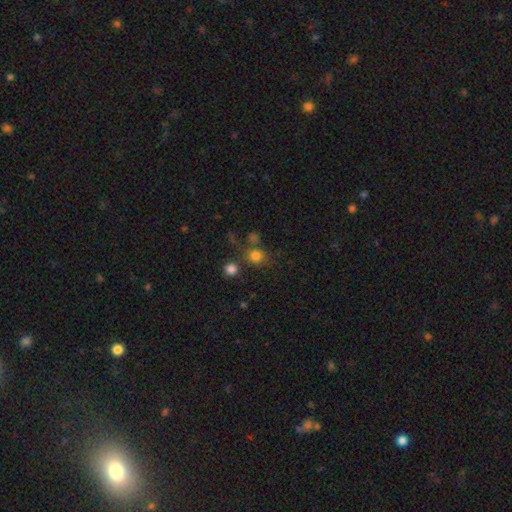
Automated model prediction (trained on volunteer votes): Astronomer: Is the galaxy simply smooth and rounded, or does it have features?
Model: smooth — 77%.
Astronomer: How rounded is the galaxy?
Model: round — 83%.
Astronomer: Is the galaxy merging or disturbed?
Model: none — 66%.